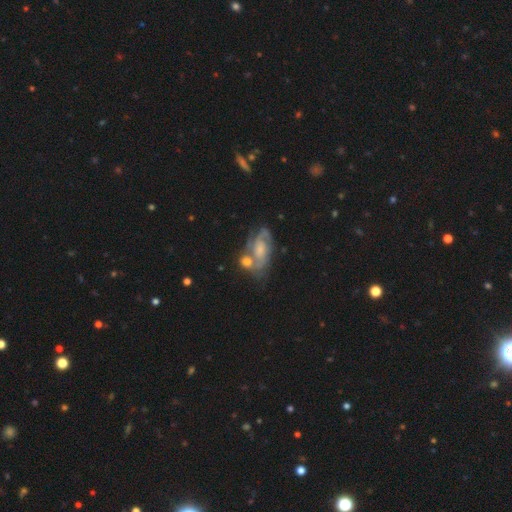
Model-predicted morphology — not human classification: featured or disk 67%, smooth 22%, star or artifact 11%. Down the decision tree: edge-on disk — no (92%); bar — no (53%); spiral arms — yes (81%); spiral arm count — 2 (56%); spiral winding — medium (45%); bulge size — moderate (42%); merging — none (47%).